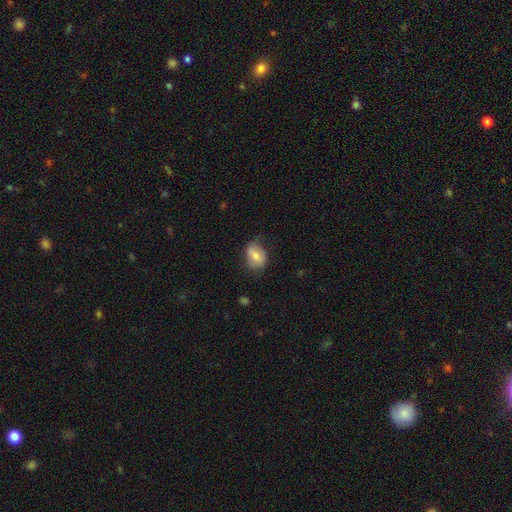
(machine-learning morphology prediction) A smooth galaxy with no disk features (69%) that is in between round and cigar-shaped (71%).

Vote fractions:
- Smooth or featured? smooth: 69% / featured or disk: 23% / star or artifact: 7%
- How rounded? in between: 71% / round: 28% / cigar-shaped: 1%
- Merging? none: 63% / minor disturbance: 28% / major disturbance: 8% / merger: 1%